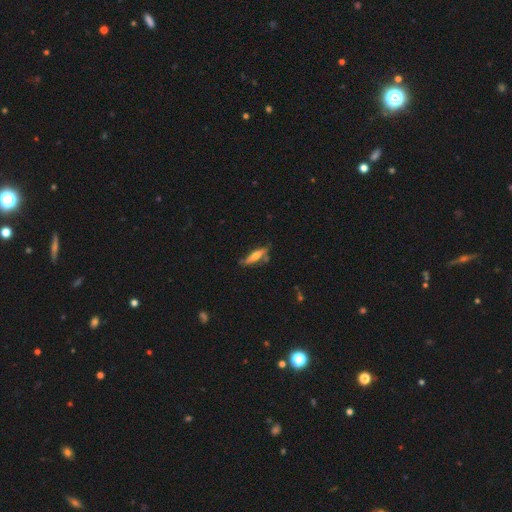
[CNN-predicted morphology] Smooth or featured? smooth (50%)
Merging? none (67%)